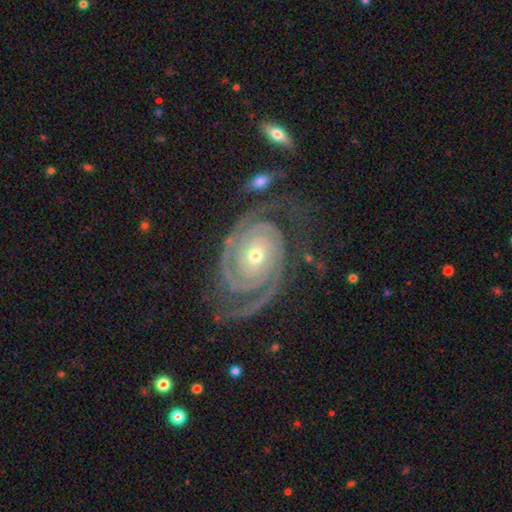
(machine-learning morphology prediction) smooth_or_featured: featured or disk (p=0.92) [alt: star or artifact p=0.04]
disk_edge_on: no (p=0.97) [alt: yes p=0.03]
bar: no (p=0.76) [alt: weak p=0.15]
has_spiral_arms: yes (p=0.98) [alt: no p=0.02]
spiral_winding: tight (p=0.76) [alt: medium p=0.20]
spiral_arm_count: 2 (p=0.79) [alt: 3 p=0.07]
bulge_size: small (p=0.60) [alt: moderate p=0.36]
merging: none (p=0.71) [alt: minor disturbance p=0.15]